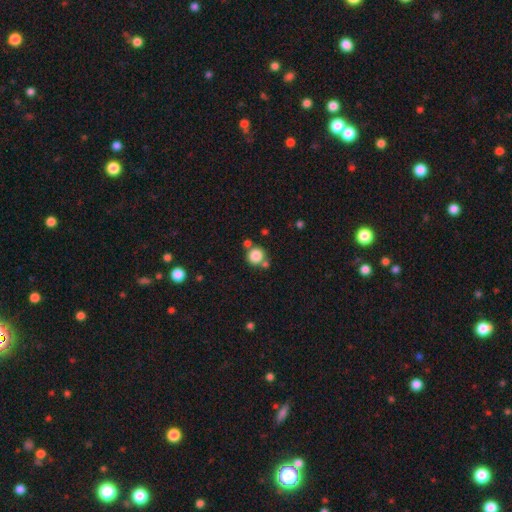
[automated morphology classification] Overall: smooth (84%). How rounded: round (90%). Merging: none (66%).